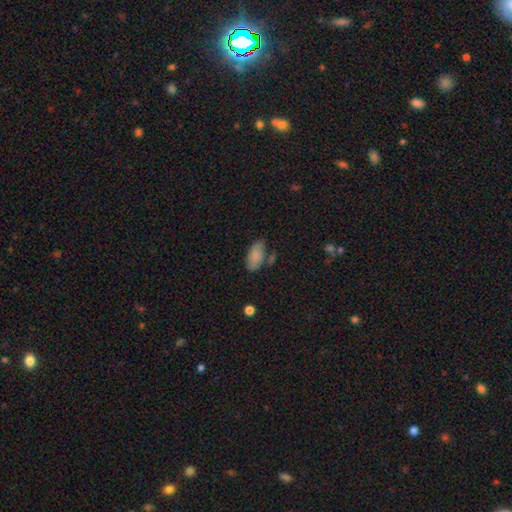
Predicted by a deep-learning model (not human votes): The model was most divided on "merging": none: 62%, minor disturbance: 23%, merger: 9%, major disturbance: 6%. More confident: how rounded — in between (93%); smooth or featured — smooth (82%).